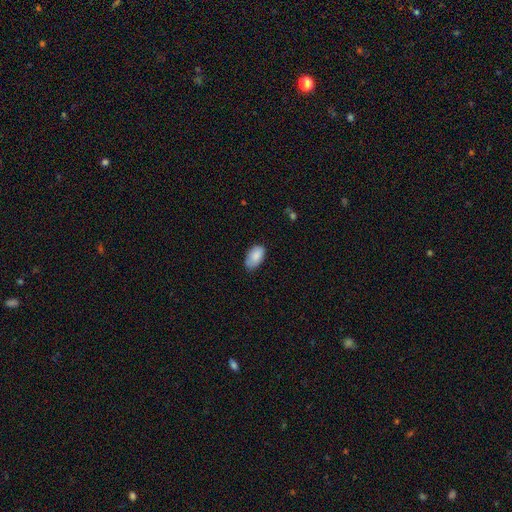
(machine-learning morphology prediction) smooth_or_featured: smooth (p=0.87) [alt: featured or disk p=0.07]
how_rounded: in between (p=0.95) [alt: round p=0.04]
merging: none (p=0.73) [alt: minor disturbance p=0.23]